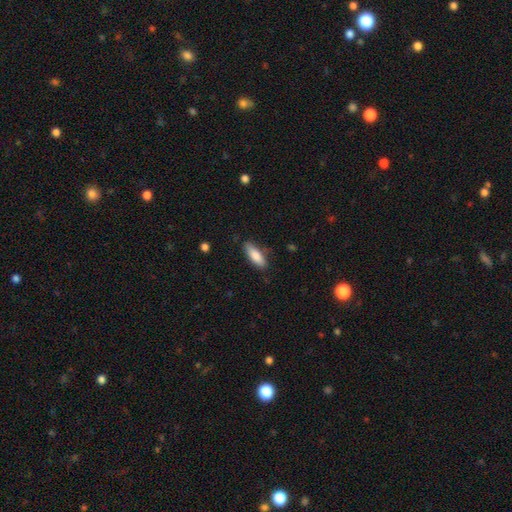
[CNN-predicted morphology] Smooth or featured? Predicted: smooth (p=0.84). How rounded? Predicted: in between (p=0.61). Merging? Predicted: none (p=0.79).